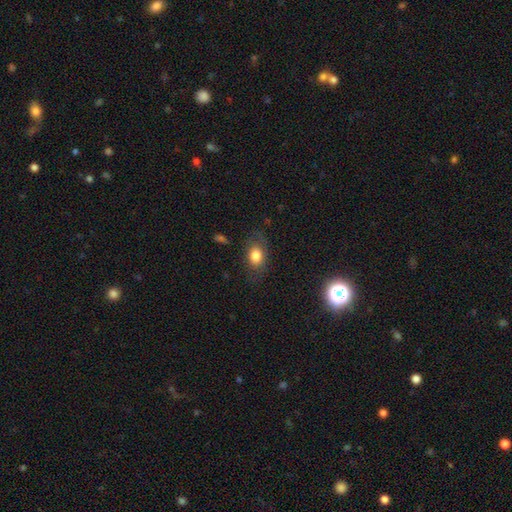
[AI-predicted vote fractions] This is likely a smooth galaxy (78%). How rounded: likely in between (75%). Merging: likely none (73%).